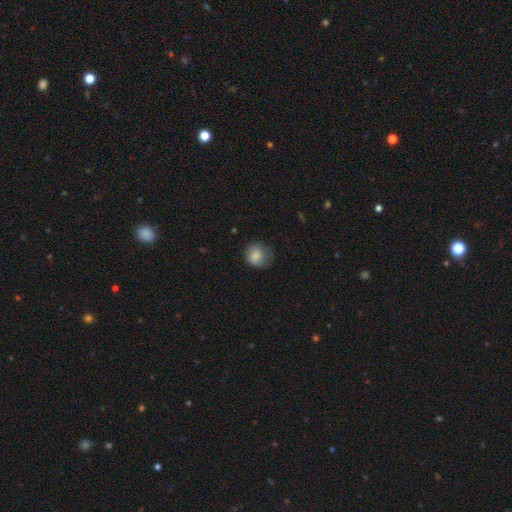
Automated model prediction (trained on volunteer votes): Smooth or featured? Predicted: smooth (p=0.80). How rounded? Predicted: round (p=0.79). Merging? Predicted: none (p=0.59).